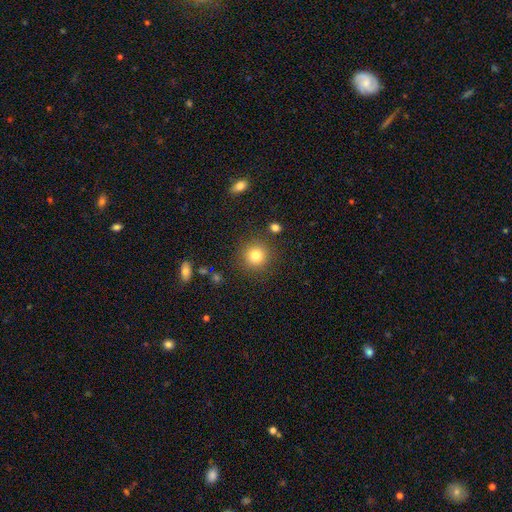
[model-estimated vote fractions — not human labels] smooth-or-featured: smooth: 81% | star or artifact: 12% | featured or disk: 7%
  how-rounded: round: 94% | in between: 5% | cigar-shaped: 1%
  merging: none: 88% | minor disturbance: 7% | major disturbance: 3% | merger: 2%